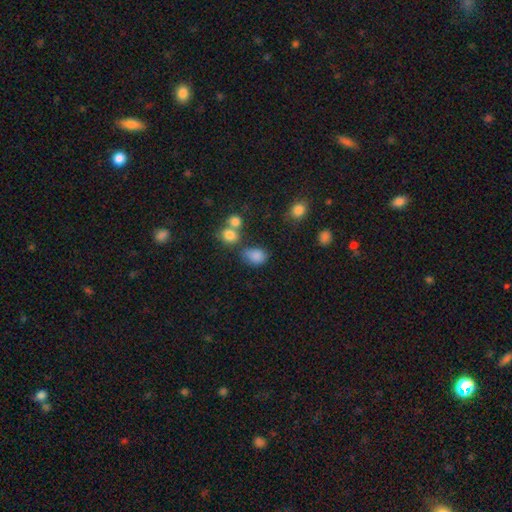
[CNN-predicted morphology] Smooth or featured?
  - smooth: 82% *
  - star or artifact: 12%
  - featured or disk: 7%
How rounded?
  - in between: 66% *
  - round: 33%
  - cigar-shaped: 1%
Merging?
  - none: 49% *
  - minor disturbance: 23%
  - merger: 19%
  - major disturbance: 10%